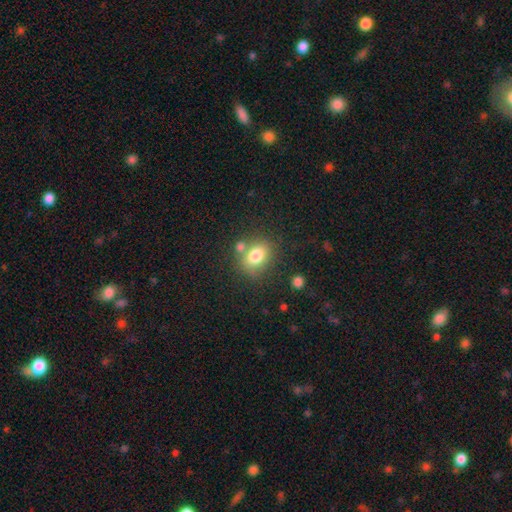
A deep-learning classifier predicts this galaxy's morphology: smooth 78%, featured or disk 11%, star or artifact 10%. Down the decision tree: how rounded — in between (60%); merging — none (60%).